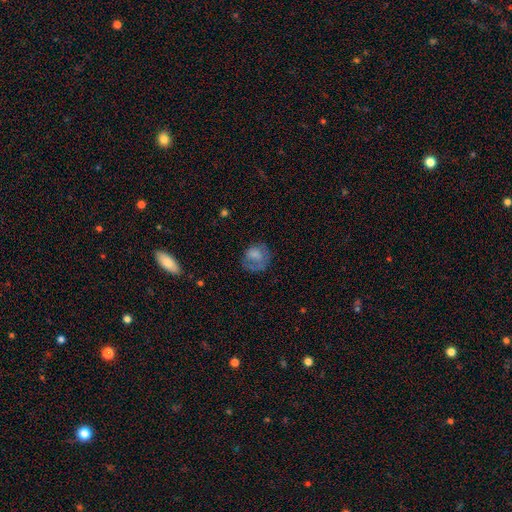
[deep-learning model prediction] Smooth or featured? smooth (66%)
How rounded? round (73%)
Merging? none (50%)